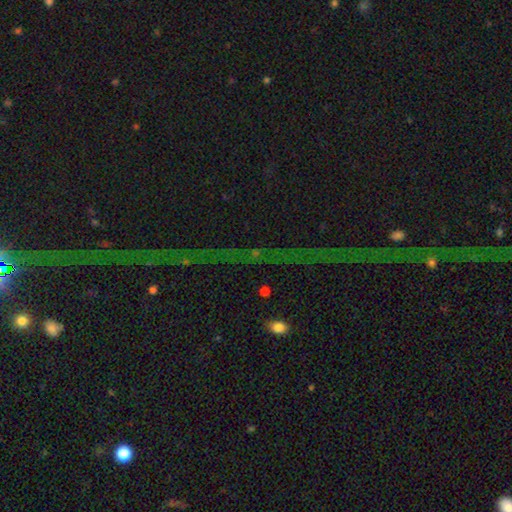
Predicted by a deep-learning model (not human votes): Smooth or featured?
  - star or artifact: 80% *
  - featured or disk: 12%
  - smooth: 8%